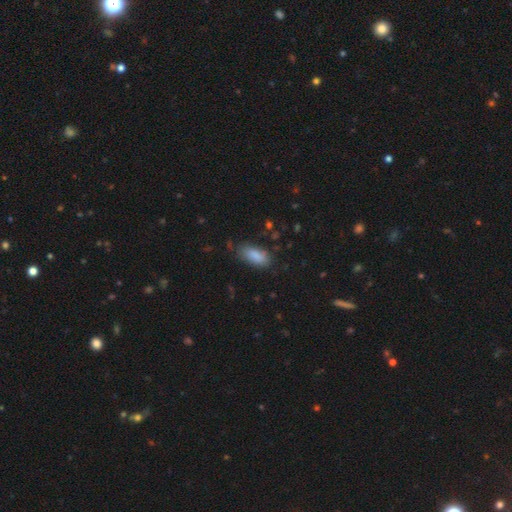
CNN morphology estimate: smooth-or-featured: smooth: 87% | star or artifact: 7% | featured or disk: 6%
  how-rounded: in between: 88% | cigar-shaped: 10% | round: 2%
  merging: none: 75% | minor disturbance: 19% | major disturbance: 5% | merger: 2%